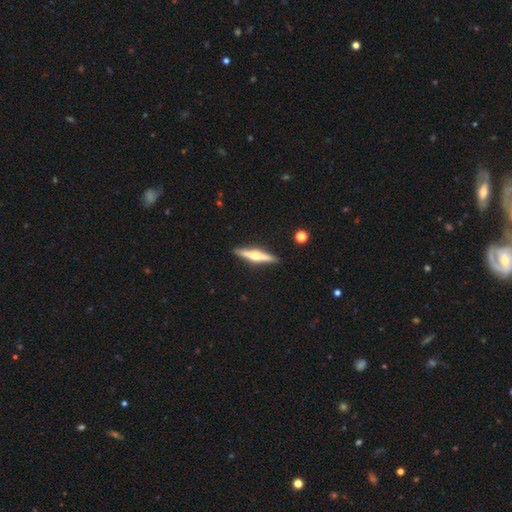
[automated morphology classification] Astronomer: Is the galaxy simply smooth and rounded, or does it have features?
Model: featured or disk — 70%.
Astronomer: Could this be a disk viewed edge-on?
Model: yes — 98%.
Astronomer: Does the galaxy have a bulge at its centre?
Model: rounded — 91%.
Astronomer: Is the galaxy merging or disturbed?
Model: none — 91%.